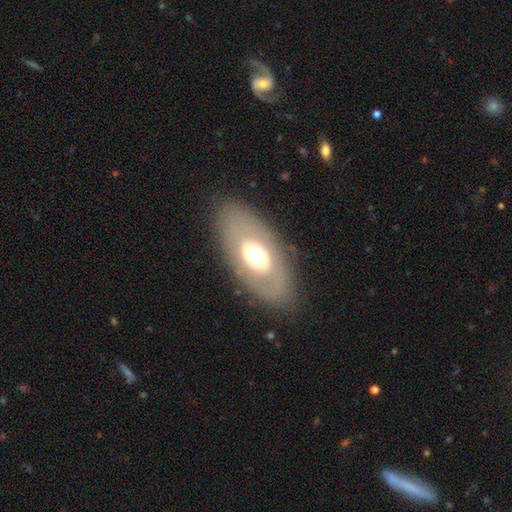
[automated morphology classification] Smooth or featured? featured or disk (47%)
Merging? none (83%)